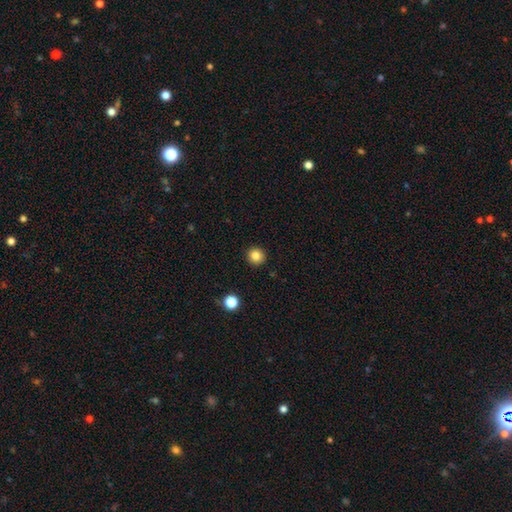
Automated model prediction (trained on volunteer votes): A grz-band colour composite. It shows a smooth galaxy with no disk features (83%) that is round (95%). Merging: none (93%).